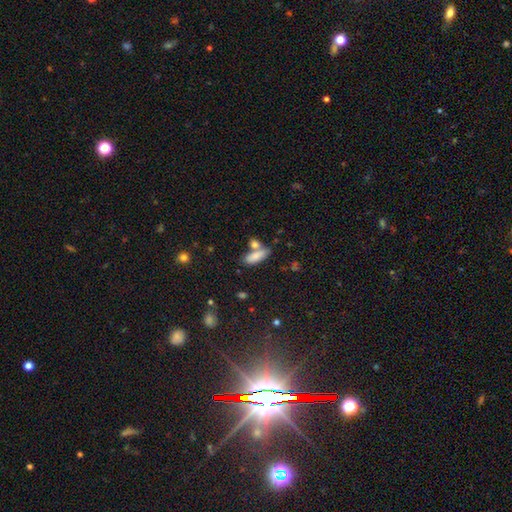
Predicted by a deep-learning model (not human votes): The model was most divided on "merging": none: 51%, merger: 31%, minor disturbance: 13%, major disturbance: 5%. More confident: smooth or featured — smooth (82%); how rounded — in between (70%).